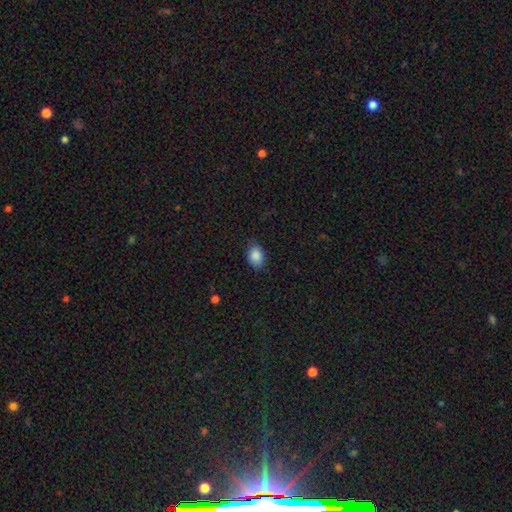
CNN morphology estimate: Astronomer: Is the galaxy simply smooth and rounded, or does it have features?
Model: smooth — 88%.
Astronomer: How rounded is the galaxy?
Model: in between — 77%.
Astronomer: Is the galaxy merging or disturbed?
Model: none — 76%.